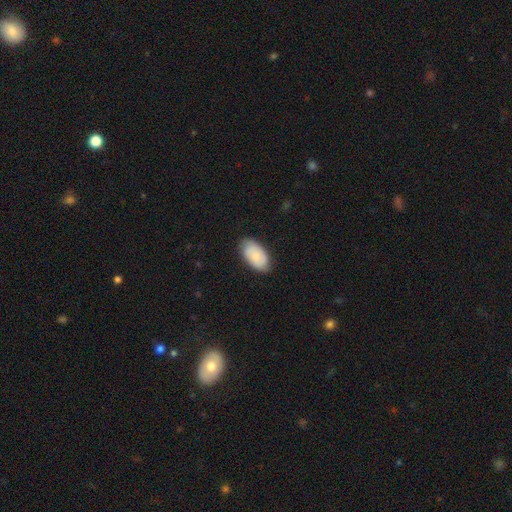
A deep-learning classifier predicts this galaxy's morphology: Smooth or featured?
  - smooth: 70% *
  - featured or disk: 24%
  - star or artifact: 6%
How rounded?
  - in between: 94% *
  - round: 4%
  - cigar-shaped: 2%
Merging?
  - none: 79% *
  - minor disturbance: 17%
  - major disturbance: 3%
  - merger: 1%